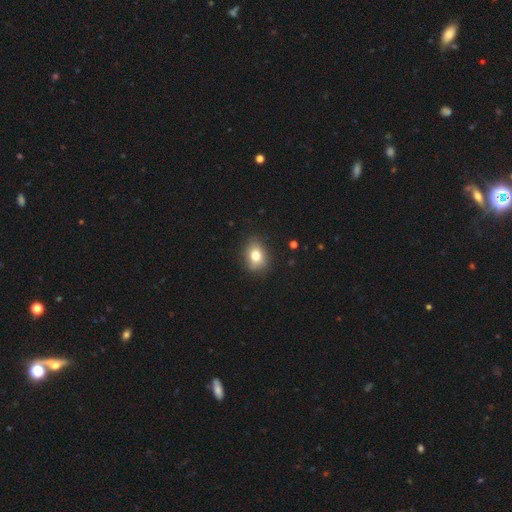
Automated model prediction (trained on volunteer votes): Smooth or featured? Predicted: smooth (p=0.78). How rounded? Predicted: in between (p=0.58). Merging? Predicted: none (p=0.81).